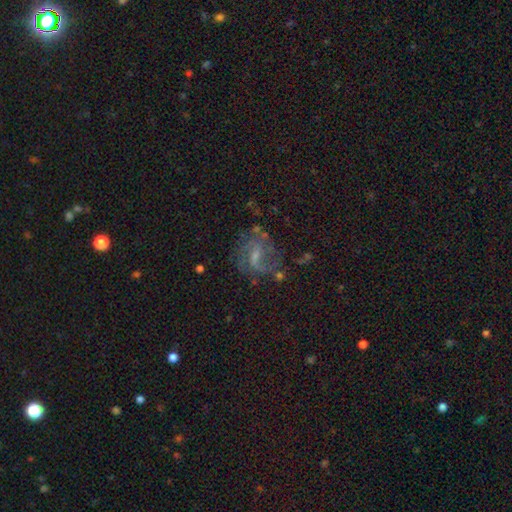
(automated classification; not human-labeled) This is likely a featured or disk galaxy (71%). It is clearly not viewed edge-on (97%). Bar: possibly weak (56%). Spiral arm pattern: clearly yes (87%). Spiral arm count: possibly 2 (48%). Spiral winding: possibly medium (48%). Central bulge: possibly small (50%). Merging: possibly none (59%).